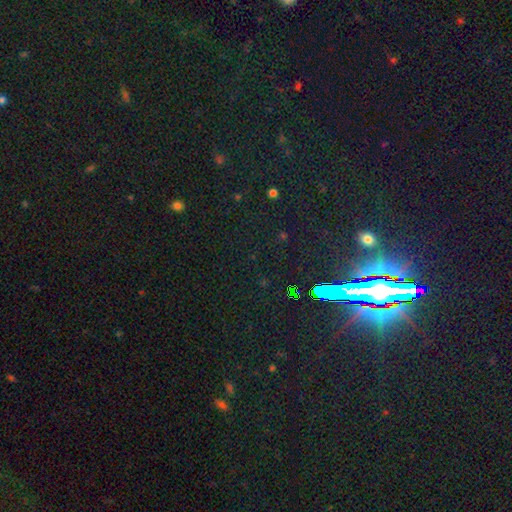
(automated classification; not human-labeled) smooth_or_featured: star or artifact (p=0.82) [alt: smooth p=0.10]